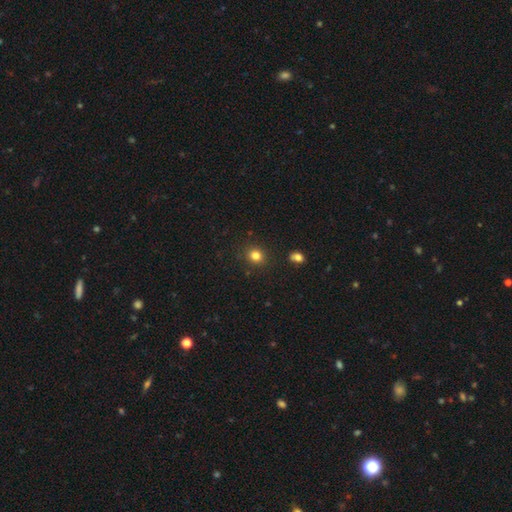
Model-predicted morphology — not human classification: smooth-or-featured: smooth: 81% | star or artifact: 13% | featured or disk: 6%
  how-rounded: round: 79% | in between: 20% | cigar-shaped: 1%
  merging: none: 88% | minor disturbance: 8% | major disturbance: 2% | merger: 2%